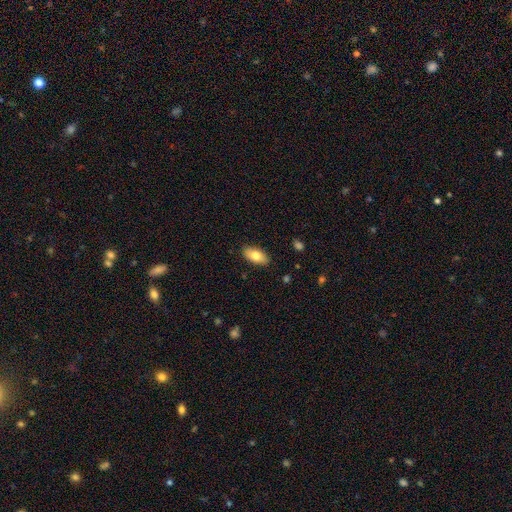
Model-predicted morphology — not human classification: Q: Smooth or featured?
A: smooth (79%); runner-up: featured or disk (15%)
Q: How rounded?
A: in between (93%); runner-up: cigar-shaped (4%)
Q: Merging?
A: none (88%); runner-up: minor disturbance (9%)